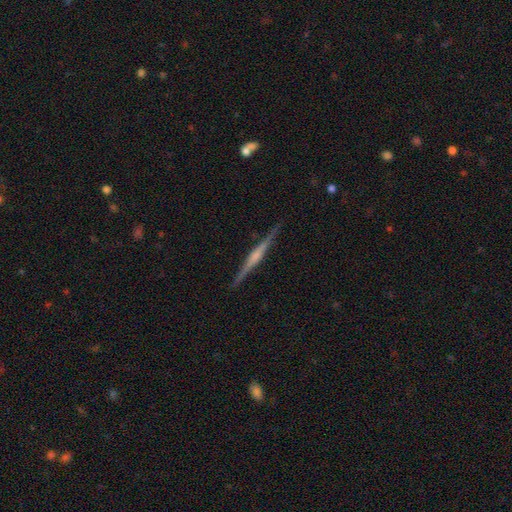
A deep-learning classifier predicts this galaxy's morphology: Smooth or featured?
  - featured or disk: 78% *
  - smooth: 16%
  - star or artifact: 6%
Edge-on disk?
  - yes: 98% *
  - no: 2%
Edge-on bulge?
  - rounded: 56% *
  - boxy: 24%
  - none: 20%
Merging?
  - none: 90% *
  - minor disturbance: 7%
  - major disturbance: 2%
  - merger: 1%